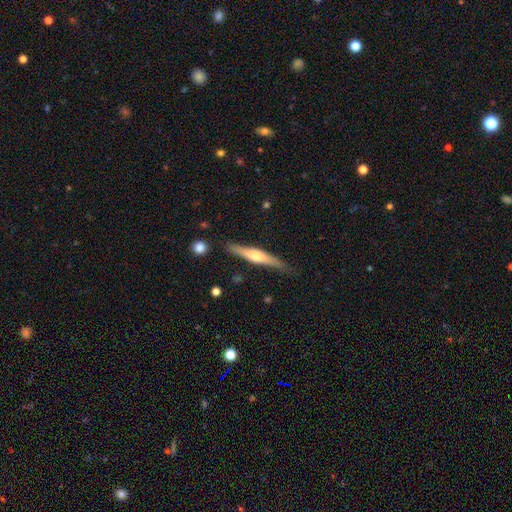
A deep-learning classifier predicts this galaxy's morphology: The model was most divided on "smooth or featured": featured or disk: 60%, smooth: 34%, star or artifact: 6%. More confident: edge-on disk — yes (96%); edge-on bulge — rounded (86%); merging — none (83%).